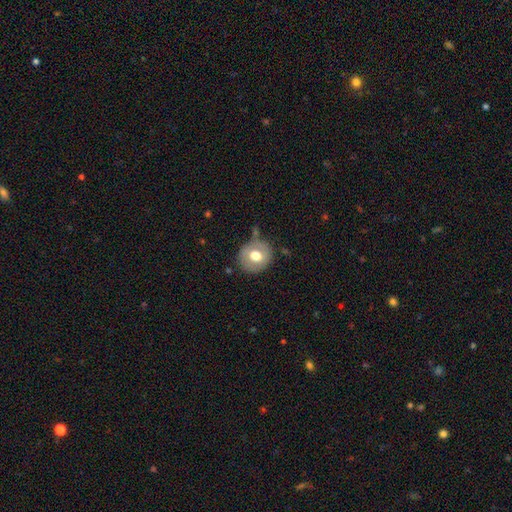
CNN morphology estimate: Smooth or featured? Predicted: smooth (p=0.63). How rounded? Predicted: round (p=0.84). Merging? Predicted: none (p=0.72).